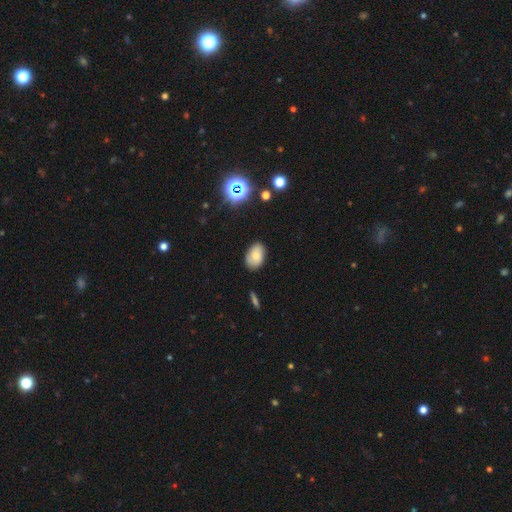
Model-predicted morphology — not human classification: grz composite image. It shows a smooth galaxy with no disk features (71%) that is in between round and cigar-shaped (88%). Merging: none (82%).